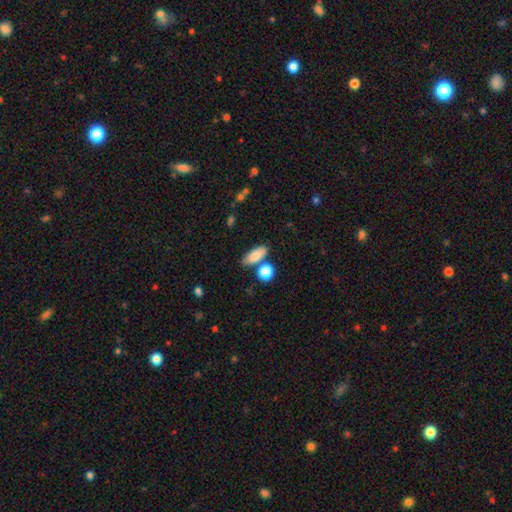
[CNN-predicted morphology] Overall: smooth (84%). How rounded: in between (71%). Merging: none (71%).